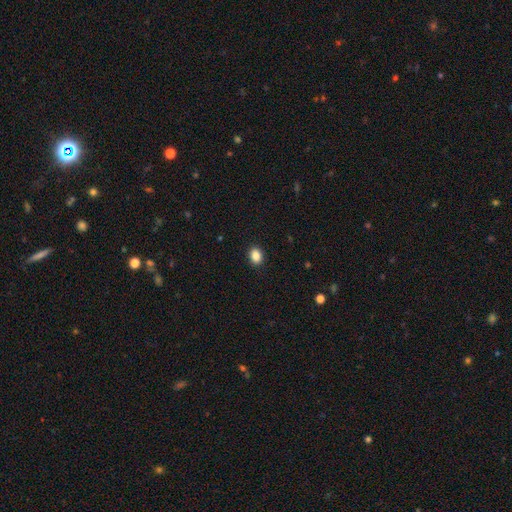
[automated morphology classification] smooth-or-featured: smooth: 87% | star or artifact: 9% | featured or disk: 4%
  how-rounded: in between: 66% | round: 33% | cigar-shaped: 1%
  merging: none: 91% | minor disturbance: 7% | major disturbance: 2% | merger: 1%